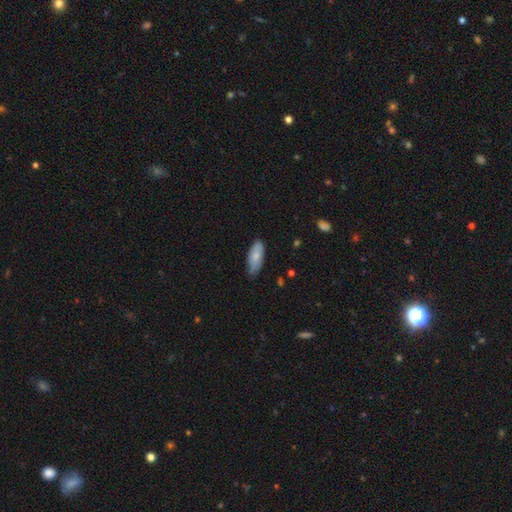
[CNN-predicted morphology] A smooth galaxy with no disk features (77%) that is in between round and cigar-shaped (83%). Merging: none (67%).